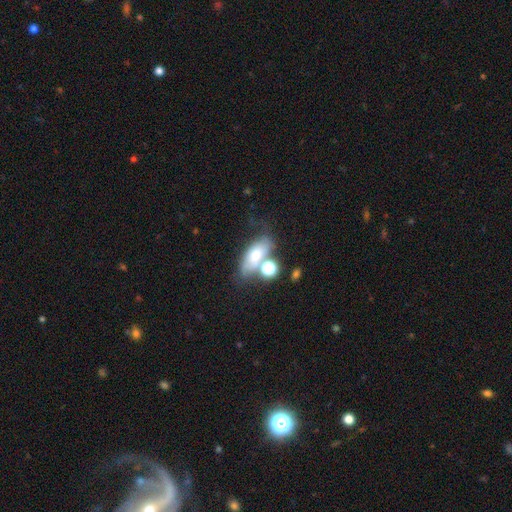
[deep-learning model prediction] smooth 57%, featured or disk 30%, star or artifact 13%. Down the decision tree: how rounded — in between (75%); merging — none (39%).